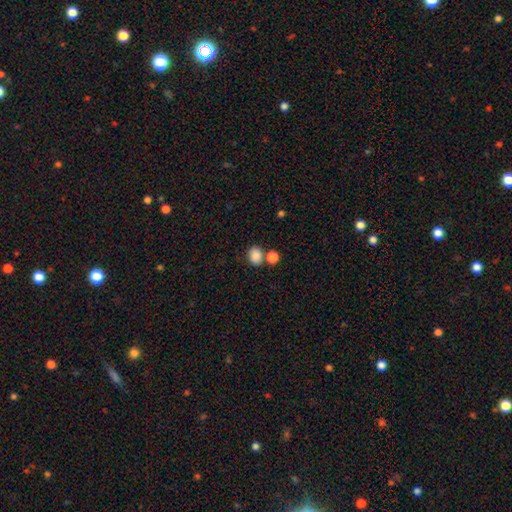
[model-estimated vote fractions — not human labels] Smooth or featured: smooth — 85% (star or artifact — 10%)
How rounded: in between — 51% (round — 48%)
Merging: none — 64% (merger — 21%)